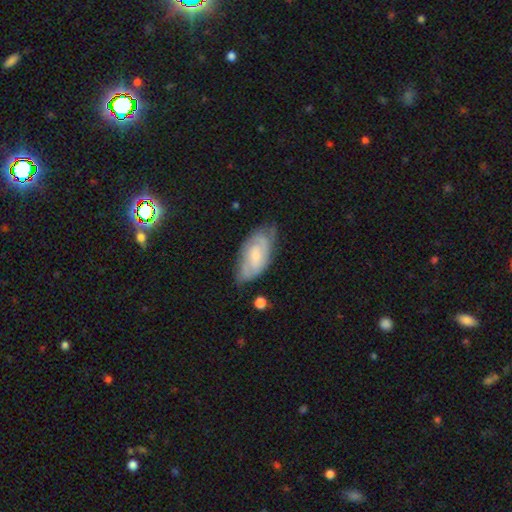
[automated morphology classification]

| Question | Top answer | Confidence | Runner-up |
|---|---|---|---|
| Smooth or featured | featured or disk | 67% | smooth (27%) |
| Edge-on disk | no | 94% | yes (6%) |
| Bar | no | 53% | weak (39%) |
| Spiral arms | yes | 86% | no (14%) |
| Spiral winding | tight | 53% | medium (37%) |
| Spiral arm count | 2 | 44% | can't tell (37%) |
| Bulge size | small | 56% | moderate (34%) |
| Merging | none | 62% | minor disturbance (28%) |